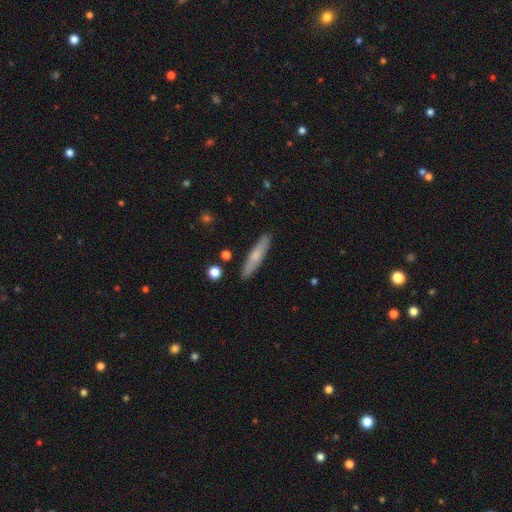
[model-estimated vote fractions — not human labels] The model was most divided on "smooth or featured": smooth: 59%, featured or disk: 35%, star or artifact: 6%. More confident: how rounded — cigar-shaped (89%); merging — none (88%).